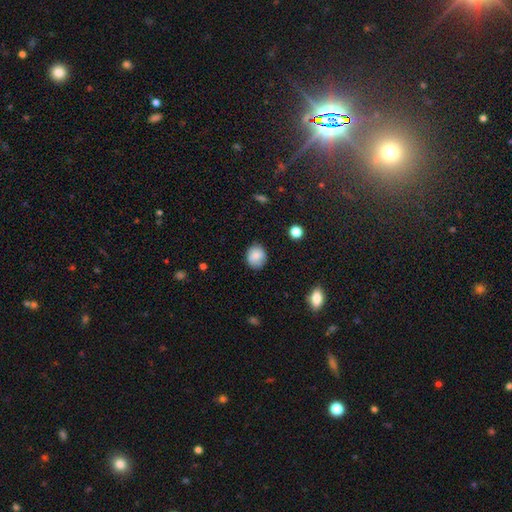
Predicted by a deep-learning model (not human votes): Q: Smooth or featured?
A: smooth (82%); runner-up: featured or disk (9%)
Q: How rounded?
A: round (69%); runner-up: in between (30%)
Q: Merging?
A: none (80%); runner-up: minor disturbance (16%)